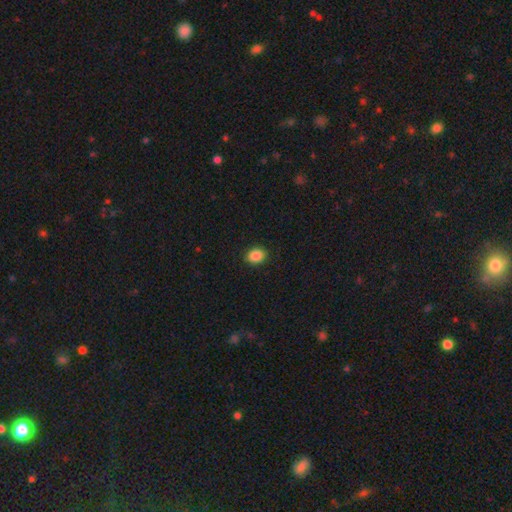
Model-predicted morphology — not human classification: Smooth or featured?
  - smooth: 88% *
  - star or artifact: 9%
  - featured or disk: 3%
How rounded?
  - in between: 55% *
  - round: 44%
  - cigar-shaped: 1%
Merging?
  - none: 90% *
  - minor disturbance: 7%
  - major disturbance: 2%
  - merger: 1%